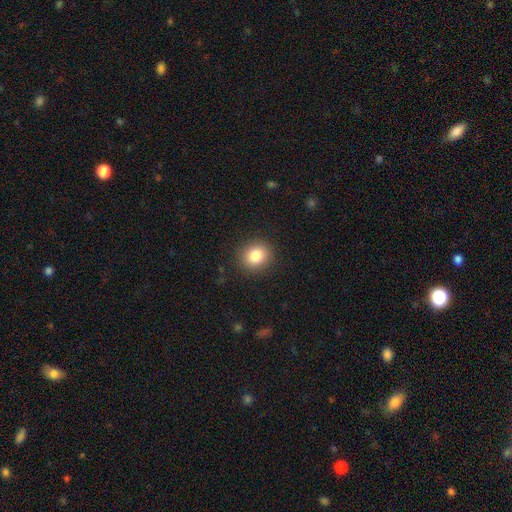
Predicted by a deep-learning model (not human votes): smooth-or-featured: smooth: 83% | star or artifact: 10% | featured or disk: 7%
  how-rounded: round: 81% | in between: 18% | cigar-shaped: 1%
  merging: none: 90% | minor disturbance: 7% | major disturbance: 3% | merger: 1%